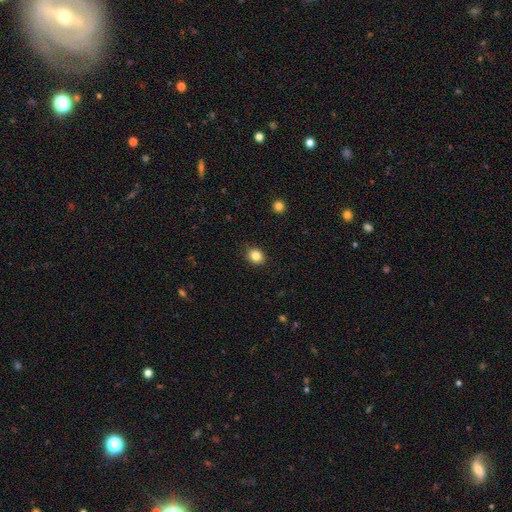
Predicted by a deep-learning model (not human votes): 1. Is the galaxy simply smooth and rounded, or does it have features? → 84% smooth, 10% star or artifact, 6% featured or disk.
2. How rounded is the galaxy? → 56% round, 44% in between, 1% cigar-shaped.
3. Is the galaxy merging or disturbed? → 88% none, 9% minor disturbance, 2% major disturbance, 1% merger.